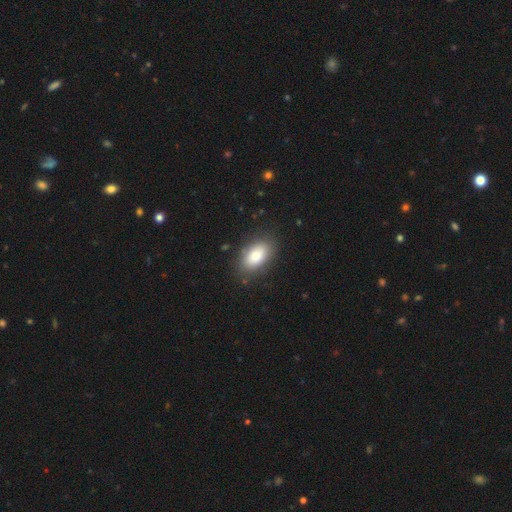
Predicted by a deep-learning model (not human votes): smooth-or-featured: smooth: 74% | featured or disk: 18% | star or artifact: 8%
  how-rounded: in between: 90% | round: 7% | cigar-shaped: 2%
  merging: none: 84% | minor disturbance: 11% | major disturbance: 3% | merger: 1%